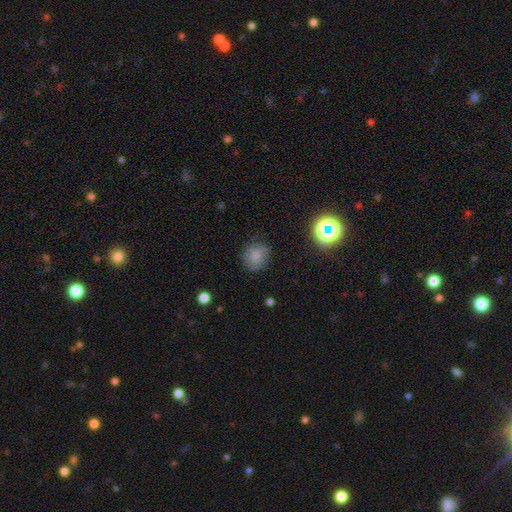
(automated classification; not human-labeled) A smooth galaxy with no disk features (78%) that is round (81%).

Vote fractions:
- Smooth or featured? smooth: 78% / star or artifact: 12% / featured or disk: 10%
- How rounded? round: 81% / in between: 18% / cigar-shaped: 1%
- Merging? none: 77% / minor disturbance: 17% / major disturbance: 5% / merger: 1%